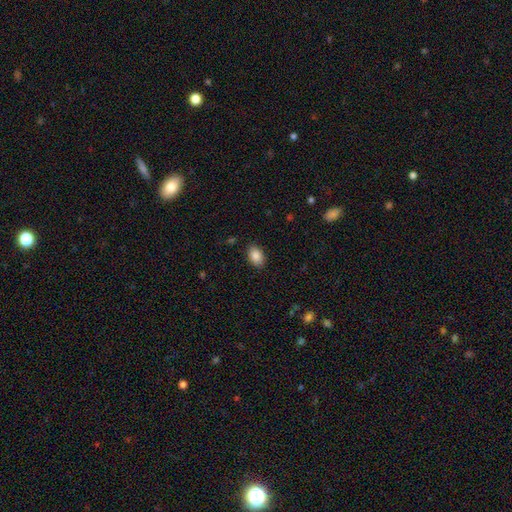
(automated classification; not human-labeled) A smooth galaxy with no disk features (87%) that is in between round and cigar-shaped (84%). Merging: none (88%).